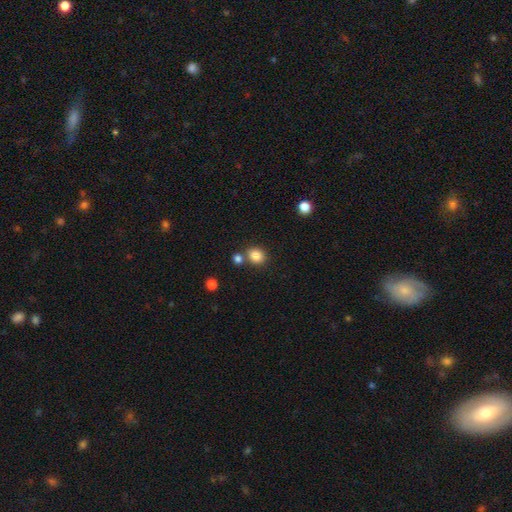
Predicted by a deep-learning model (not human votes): smooth_or_featured: smooth (p=0.84) [alt: star or artifact p=0.10]
how_rounded: round (p=0.73) [alt: in between p=0.26]
merging: none (p=0.69) [alt: merger p=0.19]